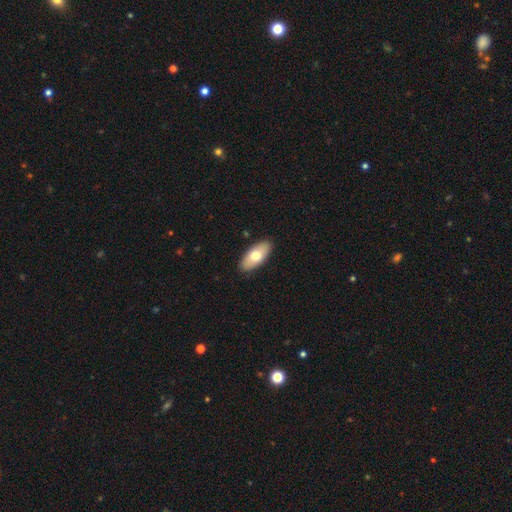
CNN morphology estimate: type=smooth (69%); roundness=in between (90%); merging=none (89%).